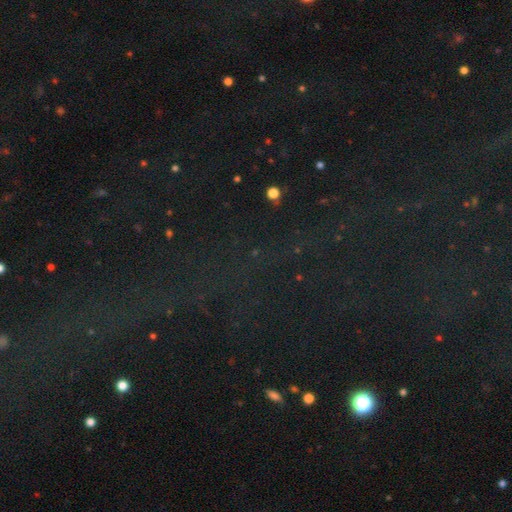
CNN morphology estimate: star or artifact 78%, smooth 12%, featured or disk 10%.